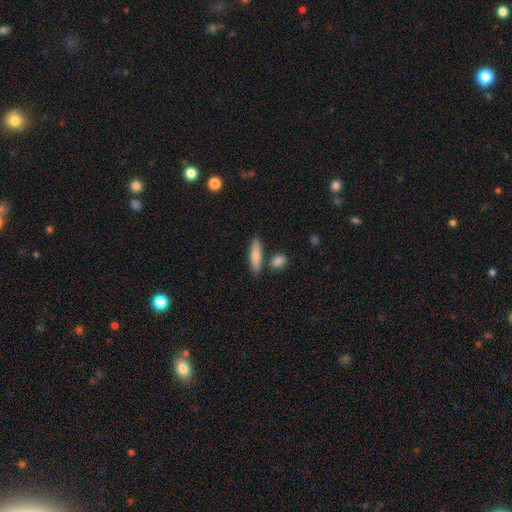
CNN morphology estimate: This appears to be a smooth galaxy with no disk features (75%) that is cigar-shaped (68%). Merging: none (77%).